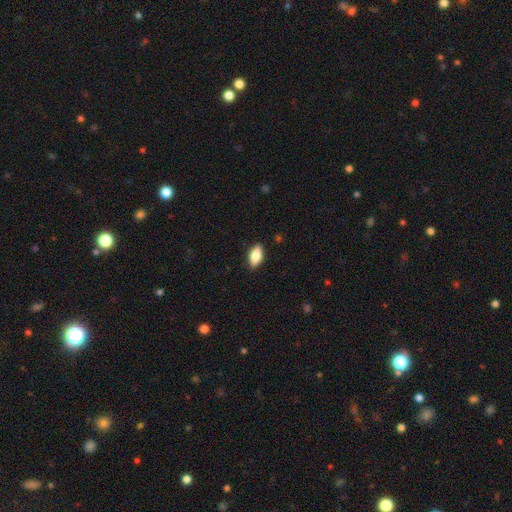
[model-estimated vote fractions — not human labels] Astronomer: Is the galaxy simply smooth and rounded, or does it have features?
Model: smooth — 79%.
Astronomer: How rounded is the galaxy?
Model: in between — 88%.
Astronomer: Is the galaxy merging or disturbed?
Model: none — 88%.